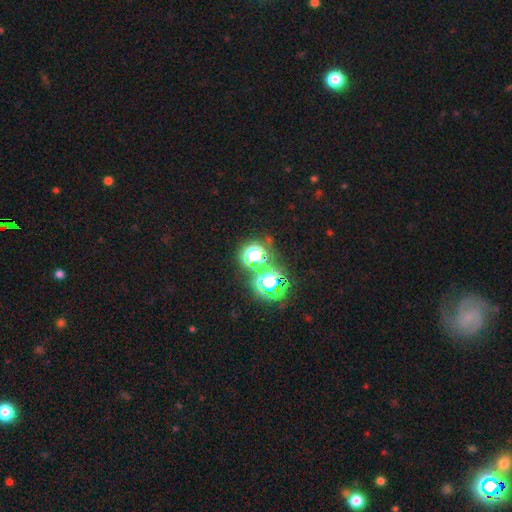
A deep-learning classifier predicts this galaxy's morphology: smooth_or_featured: star or artifact (p=0.60) [alt: smooth p=0.30]